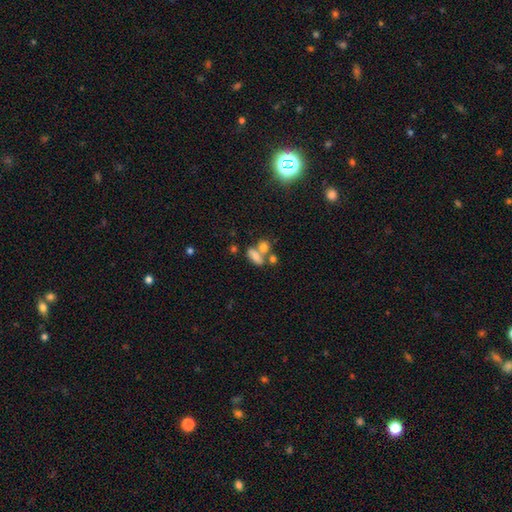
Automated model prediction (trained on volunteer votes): smooth 73%, featured or disk 15%, star or artifact 12%. Down the decision tree: how rounded — in between (78%); merging — merger (47%).